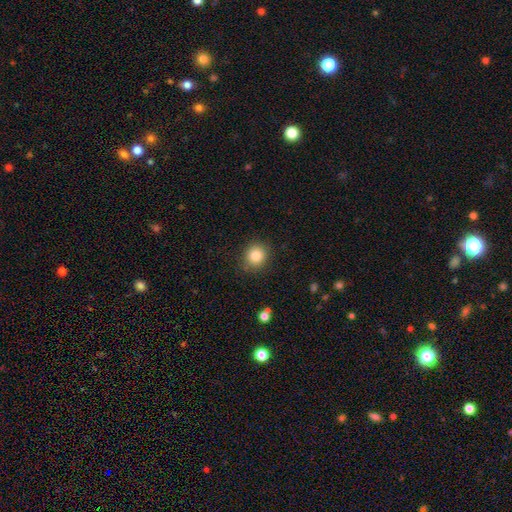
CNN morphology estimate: A smooth galaxy with no disk features (84%) that is round (81%).

Vote fractions:
- Smooth or featured? smooth: 84% / star or artifact: 10% / featured or disk: 6%
- How rounded? round: 81% / in between: 18% / cigar-shaped: 1%
- Merging? none: 85% / minor disturbance: 11% / major disturbance: 3% / merger: 1%